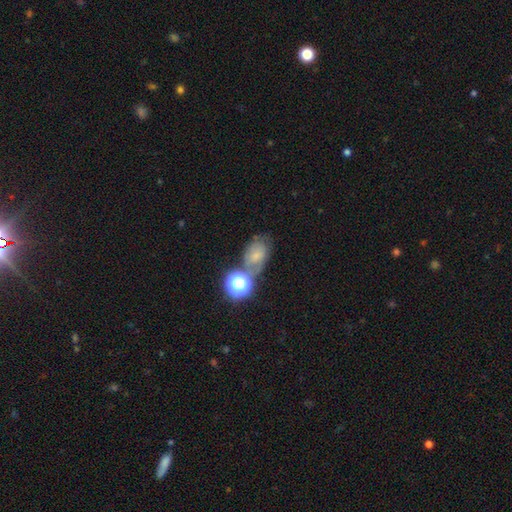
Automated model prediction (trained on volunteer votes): smooth_or_featured: smooth (p=0.48) [alt: featured or disk p=0.28]
merging: none (p=0.48) [alt: minor disturbance p=0.20]